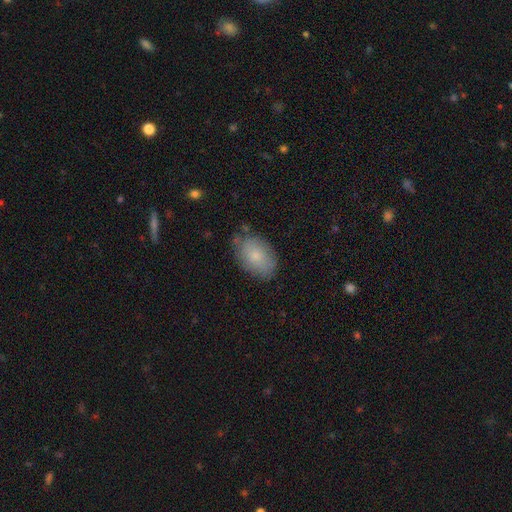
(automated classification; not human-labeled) A smooth galaxy with no disk features (78%) that is in between round and cigar-shaped (89%).

Vote fractions:
- Smooth or featured? smooth: 78% / featured or disk: 15% / star or artifact: 7%
- How rounded? in between: 89% / round: 10% / cigar-shaped: 1%
- Merging? none: 74% / minor disturbance: 19% / major disturbance: 4% / merger: 2%